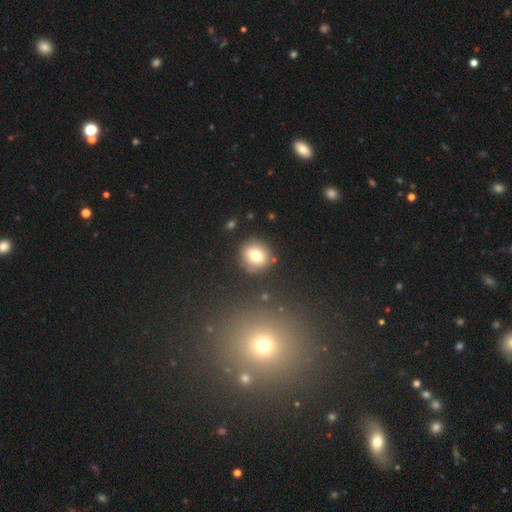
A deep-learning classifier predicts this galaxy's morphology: Smooth or featured: smooth — 72% (featured or disk — 16%)
How rounded: round — 83% (in between — 16%)
Merging: none — 83% (minor disturbance — 10%)